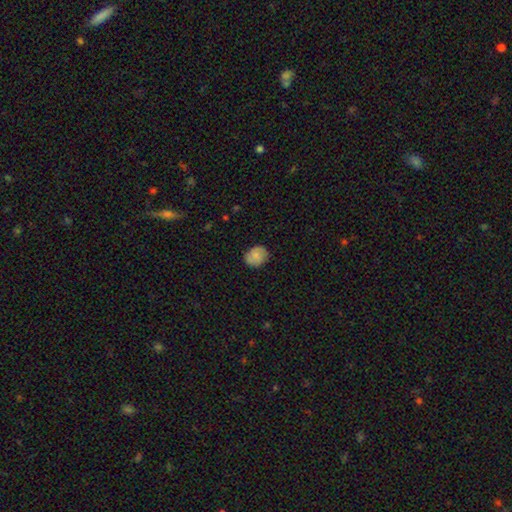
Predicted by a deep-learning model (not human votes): Smooth or featured? Predicted: smooth (p=0.70). How rounded? Predicted: round (p=0.53). Merging? Predicted: none (p=0.80).